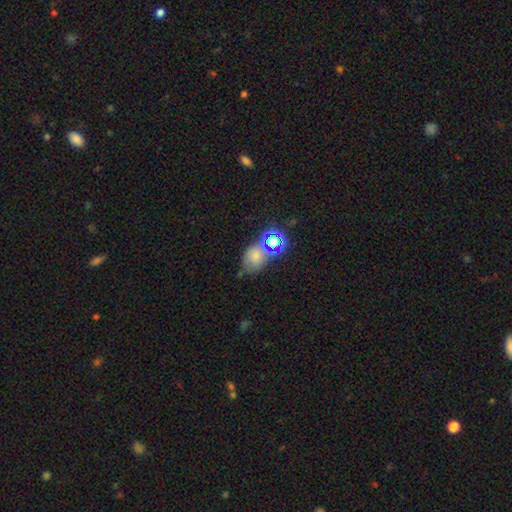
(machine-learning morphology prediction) smooth 62%, star or artifact 24%, featured or disk 14%. Down the decision tree: how rounded — in between (62%); merging — none (52%).